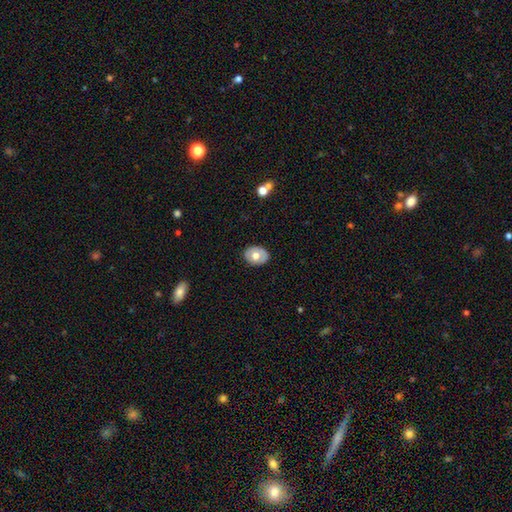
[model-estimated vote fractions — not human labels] smooth_or_featured: smooth (p=0.61) [alt: featured or disk p=0.32]
how_rounded: in between (p=0.65) [alt: round p=0.34]
merging: none (p=0.86) [alt: minor disturbance p=0.11]